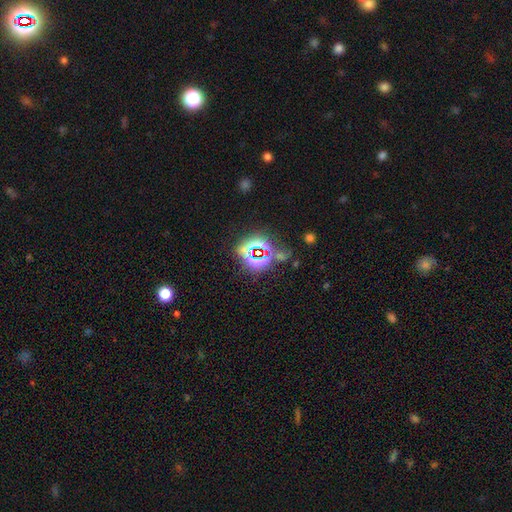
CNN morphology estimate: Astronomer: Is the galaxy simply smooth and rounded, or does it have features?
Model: star or artifact — 77%.